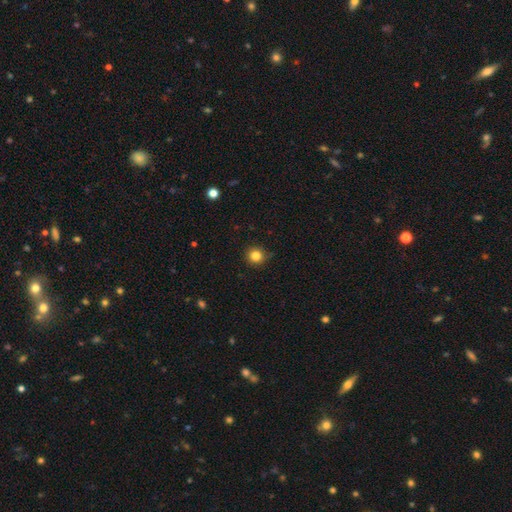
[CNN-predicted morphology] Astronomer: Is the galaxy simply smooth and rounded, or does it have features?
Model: smooth — 83%.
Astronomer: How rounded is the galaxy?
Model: round — 93%.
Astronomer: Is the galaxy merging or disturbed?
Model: none — 83%.